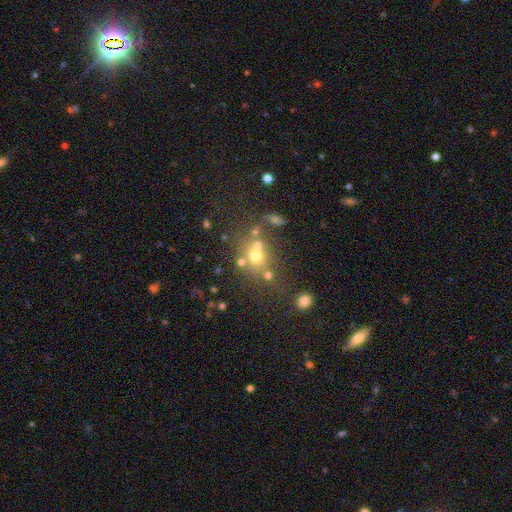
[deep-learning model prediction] Smooth or featured: smooth — 59% (star or artifact — 22%)
How rounded: round — 74% (in between — 25%)
Merging: none — 53% (merger — 28%)